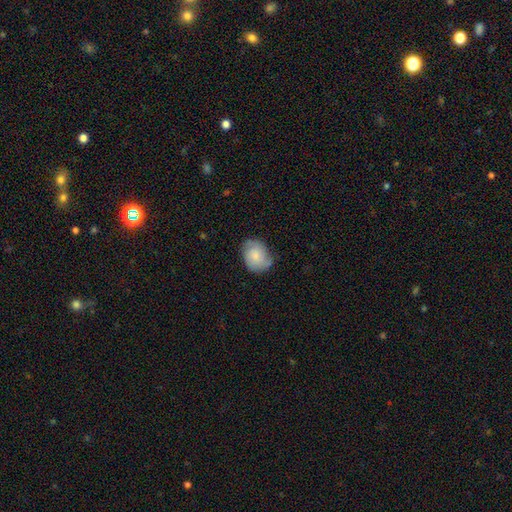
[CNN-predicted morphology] Q: Smooth or featured?
A: smooth (55%); runner-up: featured or disk (37%)
Q: How rounded?
A: in between (56%); runner-up: round (43%)
Q: Merging?
A: none (64%); runner-up: minor disturbance (27%)